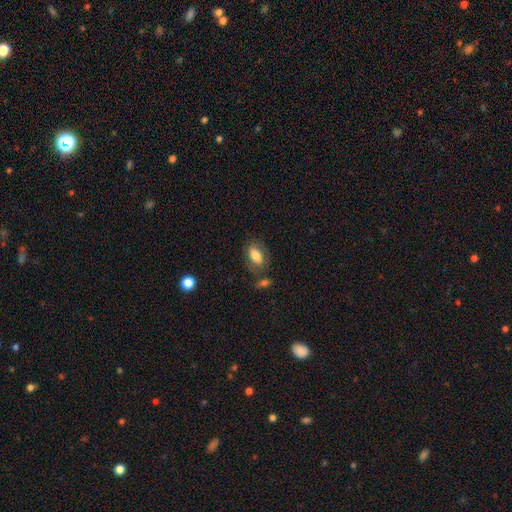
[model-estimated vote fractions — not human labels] smooth-or-featured: smooth: 75% | featured or disk: 18% | star or artifact: 7%
  how-rounded: in between: 89% | round: 7% | cigar-shaped: 4%
  merging: none: 66% | minor disturbance: 17% | merger: 9% | major disturbance: 7%